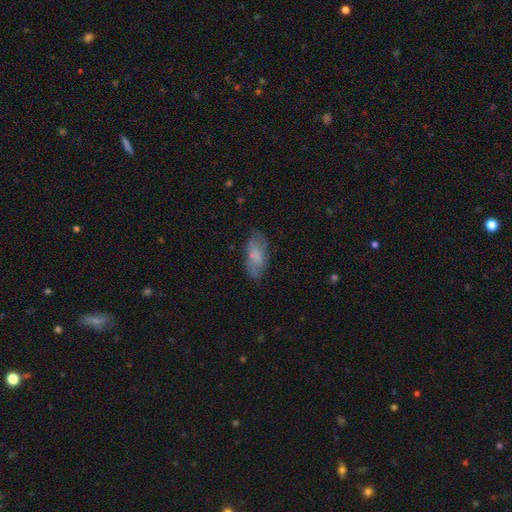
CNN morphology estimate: This is likely a smooth galaxy (66%). How rounded: clearly in between (87%). Merging: likely none (66%).